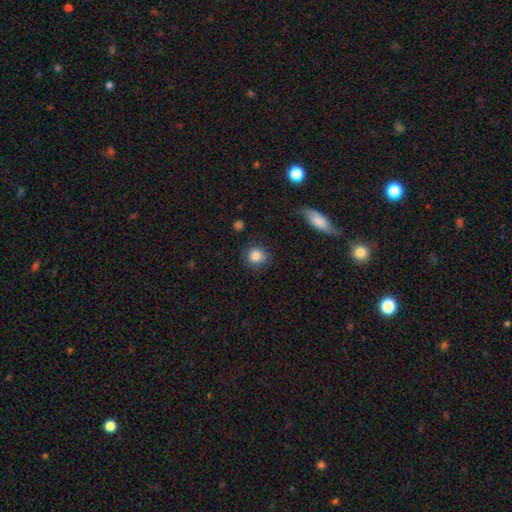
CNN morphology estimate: smooth-or-featured: smooth: 85% | star or artifact: 9% | featured or disk: 5%
  how-rounded: round: 85% | in between: 14% | cigar-shaped: 1%
  merging: none: 78% | minor disturbance: 15% | major disturbance: 4% | merger: 2%